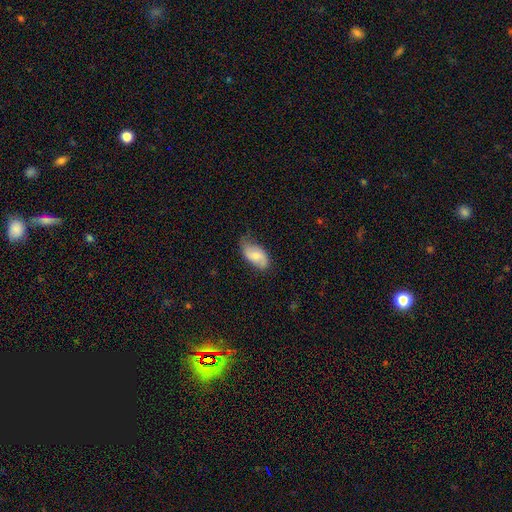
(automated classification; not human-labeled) Smooth or featured: smooth — 58% (featured or disk — 36%)
How rounded: in between — 93% (round — 4%)
Merging: none — 63% (minor disturbance — 29%)